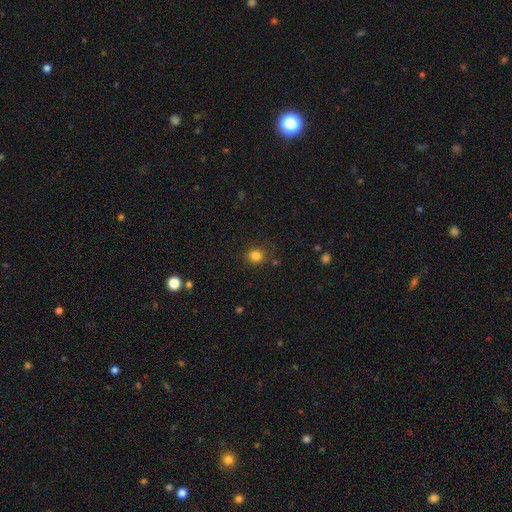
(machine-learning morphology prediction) Smooth or featured? Predicted: smooth (p=0.82). How rounded? Predicted: round (p=0.84). Merging? Predicted: none (p=0.85).